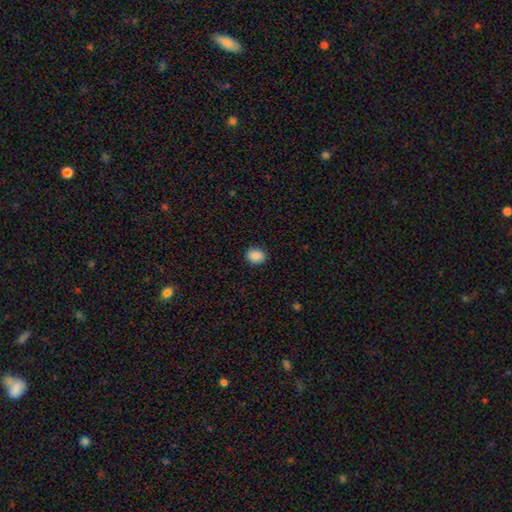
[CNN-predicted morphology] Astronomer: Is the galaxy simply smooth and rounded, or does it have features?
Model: smooth — 89%.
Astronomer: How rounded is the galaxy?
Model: in between — 50% (runner-up: round, 49%).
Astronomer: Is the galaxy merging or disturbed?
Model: none — 88%.